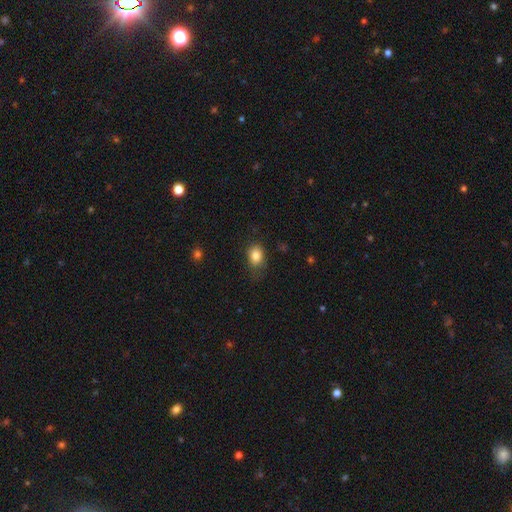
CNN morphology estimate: The model was most divided on "how rounded": in between: 65%, round: 34%, cigar-shaped: 1%. More confident: smooth or featured — smooth (83%); merging — none (65%).